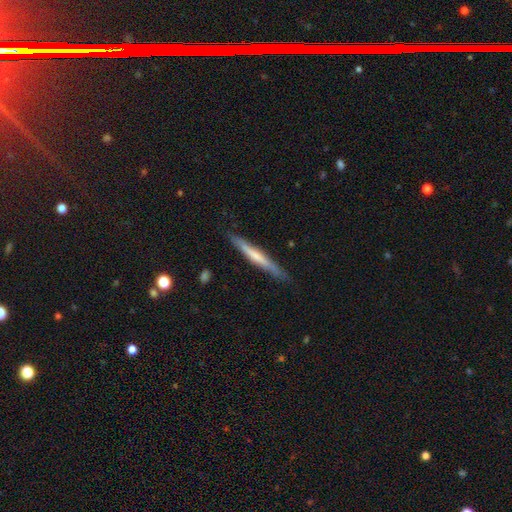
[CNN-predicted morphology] Smooth or featured? featured or disk (48%)
Merging? none (85%)